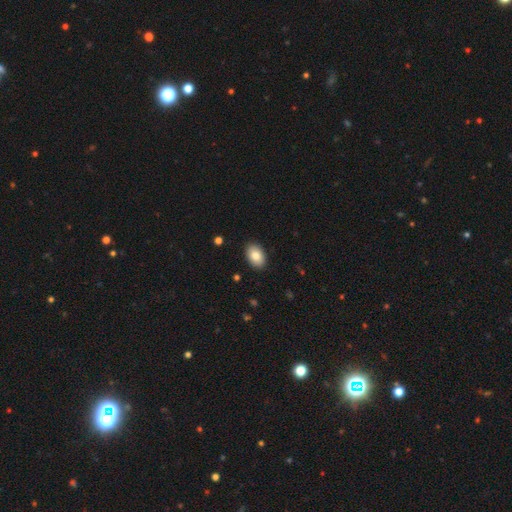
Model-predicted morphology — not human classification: Smooth or featured: smooth — 86% (featured or disk — 7%)
How rounded: in between — 90% (round — 9%)
Merging: none — 90% (minor disturbance — 7%)